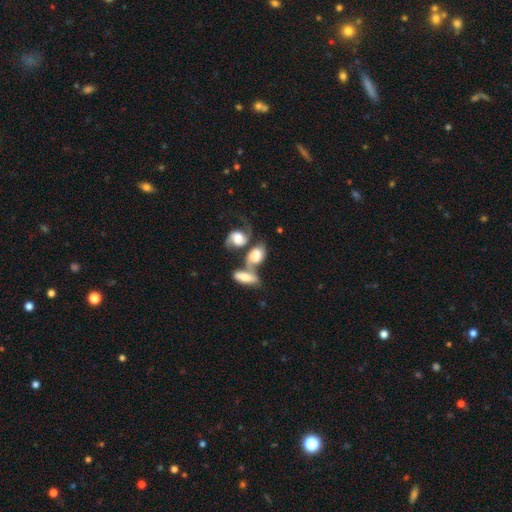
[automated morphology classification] smooth 50%, featured or disk 42%, star or artifact 8%. Down the decision tree: how rounded — in between (77%); merging — merger (56%).